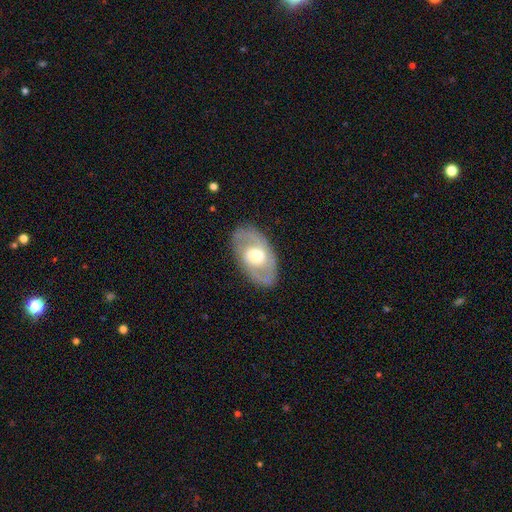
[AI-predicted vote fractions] Morphology: type=featured or disk (68%); edge-on=no (92%); bar=no (61%); spiral arms=yes (65%); bulge=moderate (64%); merging=none (83%).